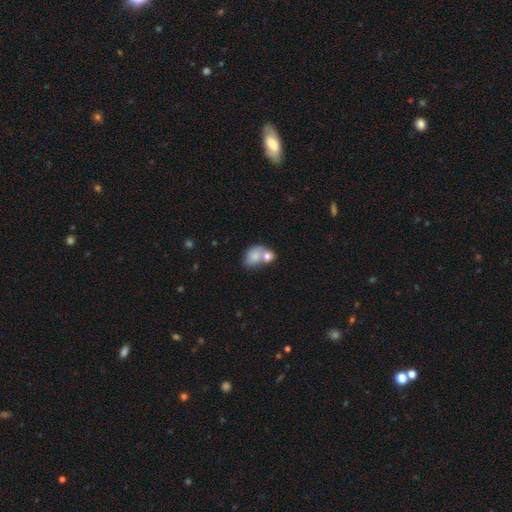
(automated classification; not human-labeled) smooth-or-featured: smooth: 74% | featured or disk: 18% | star or artifact: 8%
  how-rounded: in between: 69% | round: 29% | cigar-shaped: 1%
  merging: merger: 59% | none: 23% | minor disturbance: 11% | major disturbance: 7%